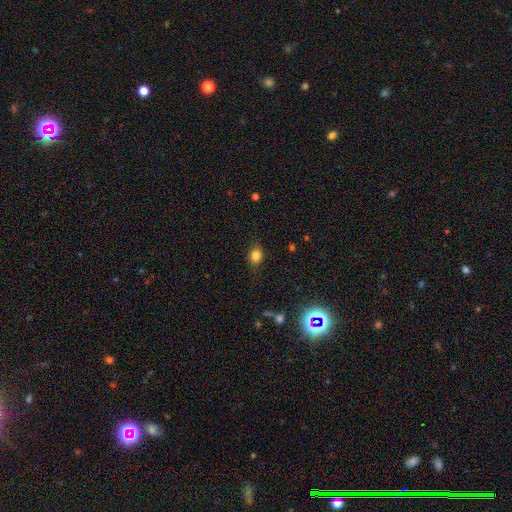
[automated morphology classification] A smooth galaxy with no disk features (82%) that is in between round and cigar-shaped (50%).

Vote fractions:
- Smooth or featured? smooth: 82% / star or artifact: 12% / featured or disk: 6%
- How rounded? in between: 50% / round: 48% / cigar-shaped: 1%
- Merging? none: 83% / minor disturbance: 13% / major disturbance: 3% / merger: 1%